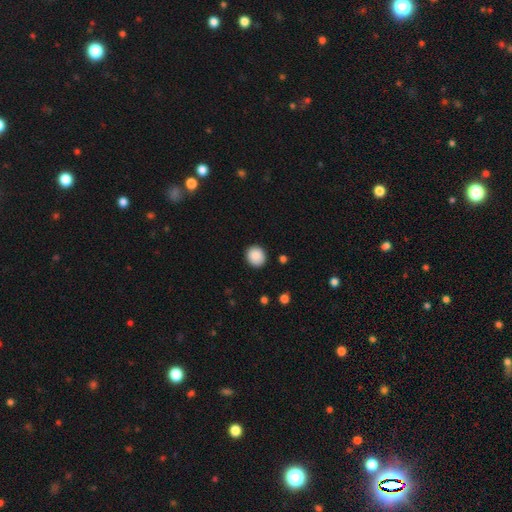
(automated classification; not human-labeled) This is clearly a smooth galaxy (89%). How rounded: likely round (80%). Merging: clearly none (89%).